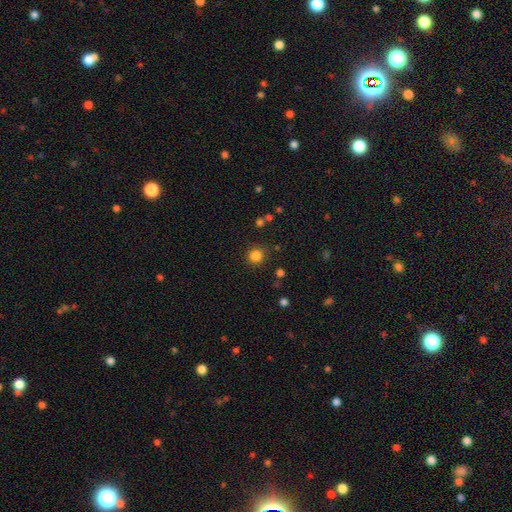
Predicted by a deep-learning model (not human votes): A smooth galaxy with no disk features (83%) that is round (88%).

Vote fractions:
- Smooth or featured? smooth: 83% / star or artifact: 13% / featured or disk: 4%
- How rounded? round: 88% / in between: 11% / cigar-shaped: 1%
- Merging? none: 85% / minor disturbance: 9% / major disturbance: 3% / merger: 3%